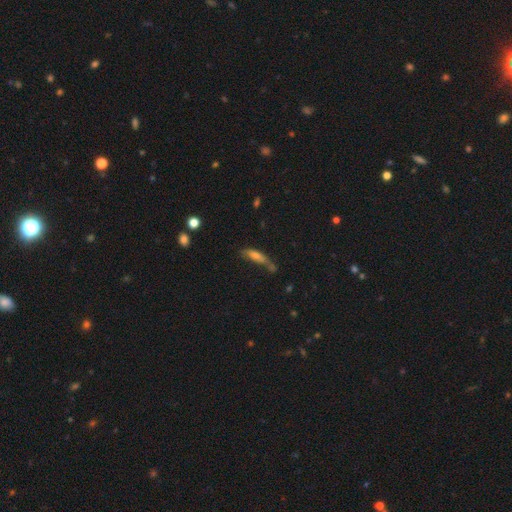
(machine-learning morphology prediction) smooth 59%, featured or disk 29%, star or artifact 13%. Down the decision tree: how rounded — cigar-shaped (64%); merging — none (42%).